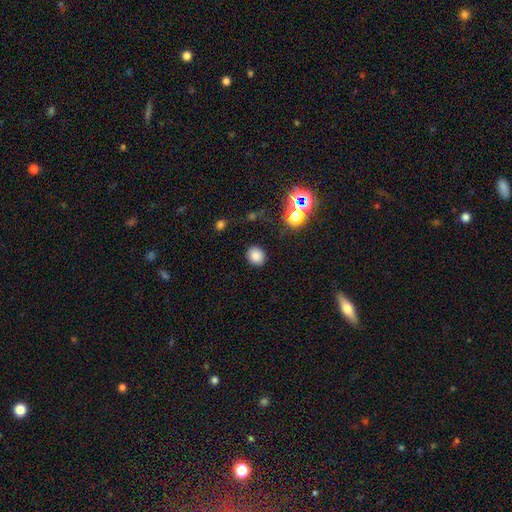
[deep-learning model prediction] Smooth or featured? Predicted: smooth (p=0.81). How rounded? Predicted: round (p=0.74). Merging? Predicted: none (p=0.88).